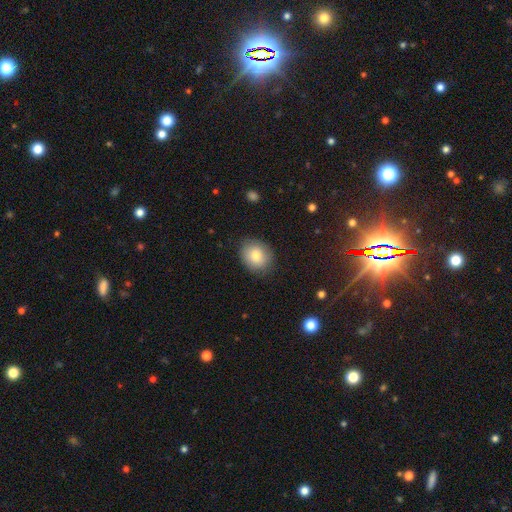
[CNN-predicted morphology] Smooth or featured? smooth (81%)
How rounded? round (59%)
Merging? none (83%)